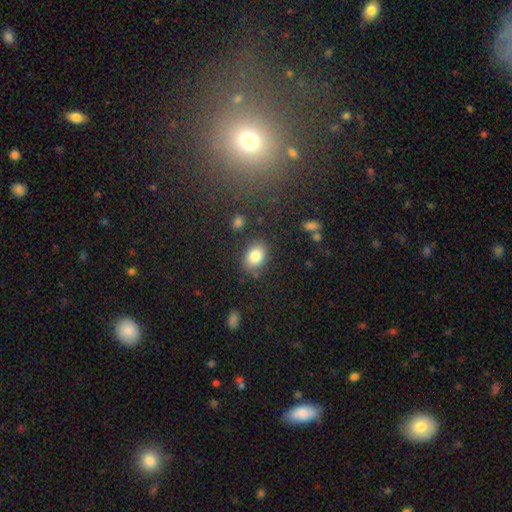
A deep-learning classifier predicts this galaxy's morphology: smooth-or-featured: smooth: 83% | star or artifact: 9% | featured or disk: 8%
  how-rounded: in between: 75% | round: 24% | cigar-shaped: 1%
  merging: none: 81% | minor disturbance: 12% | merger: 4% | major disturbance: 3%